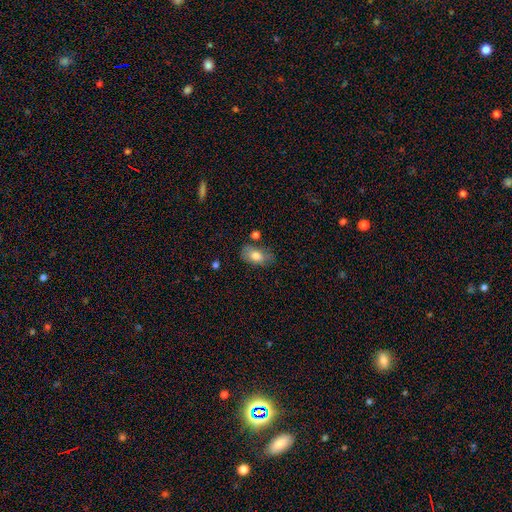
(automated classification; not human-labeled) Overall: smooth (76%). How rounded: in between (90%). Merging: none (64%).